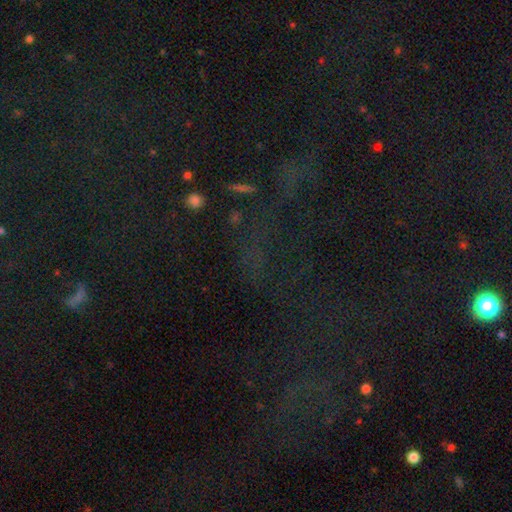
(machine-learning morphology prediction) A star or artifact, not a galaxy (72%).

Vote fractions:
- Smooth or featured? star or artifact: 72% / smooth: 16% / featured or disk: 13%